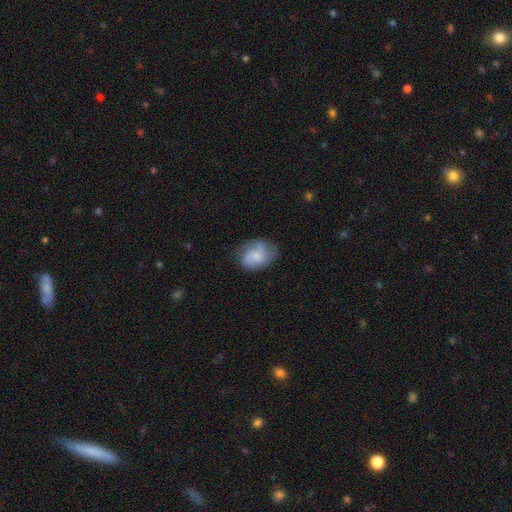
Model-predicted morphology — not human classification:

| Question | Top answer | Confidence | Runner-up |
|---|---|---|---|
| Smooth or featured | smooth | 50% | featured or disk (43%) |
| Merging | none | 67% | minor disturbance (23%) |